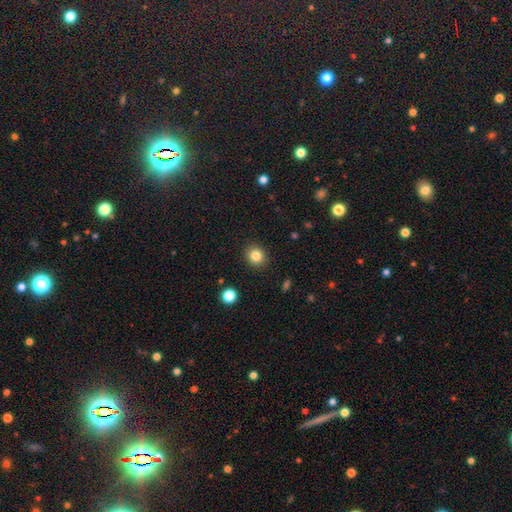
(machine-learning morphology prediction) A smooth galaxy with no disk features (84%) that is round (84%). Merging: none (91%).